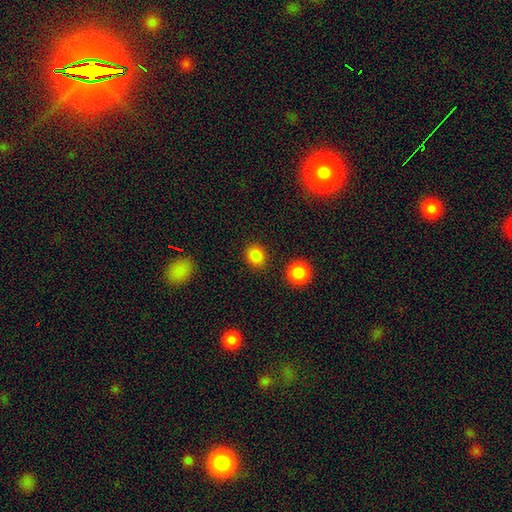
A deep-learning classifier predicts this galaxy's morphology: smooth_or_featured: smooth (p=0.86) [alt: star or artifact p=0.11]
how_rounded: round (p=0.60) [alt: in between p=0.38]
merging: none (p=0.85) [alt: minor disturbance p=0.08]